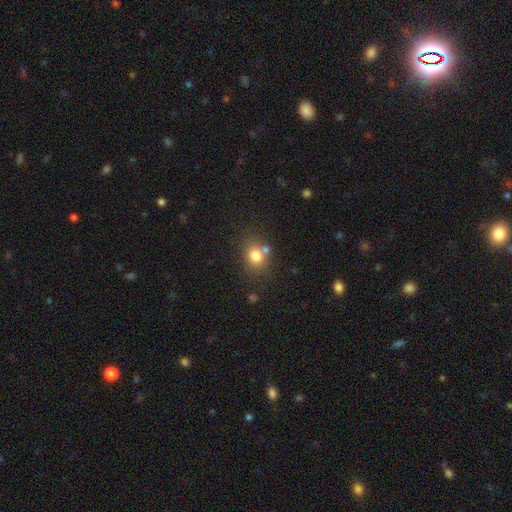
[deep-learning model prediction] Morphology: type=smooth (77%); roundness=round (65%); merging=none (65%).